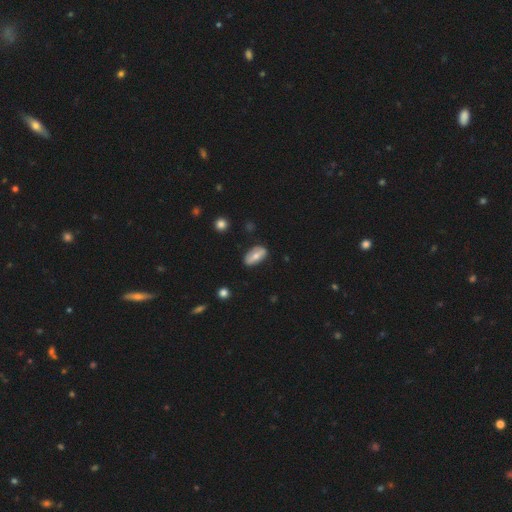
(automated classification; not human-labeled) This appears to be a smooth galaxy with no disk features (56%) that is in between round and cigar-shaped (88%). Merging: none (79%).